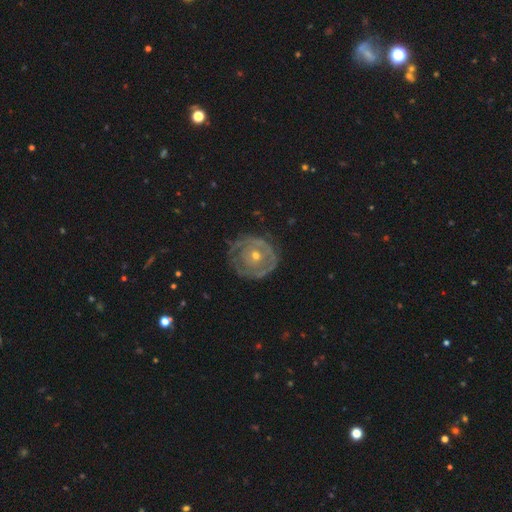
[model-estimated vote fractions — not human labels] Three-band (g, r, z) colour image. It shows a featured or disk galaxy (74%) with no bar (86%), spiral arms (60%) and a small central bulge (49%). Merging: none (69%).